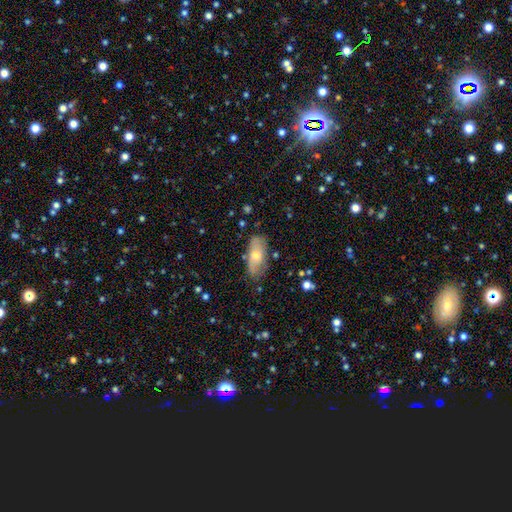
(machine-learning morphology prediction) This appears to be a smooth galaxy with no disk features (60%) that is in between round and cigar-shaped (81%). Merging: none (75%).